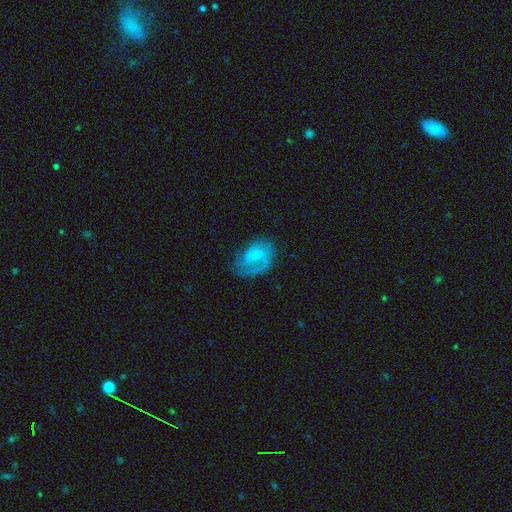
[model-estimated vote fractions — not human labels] Smooth or featured? featured or disk (62%)
Edge-on disk? no (97%)
Bar? weak (45%)
Spiral arms? yes (85%)
Spiral winding? medium (41%)
Spiral arm count? 1 (45%)
Bulge size? none (57%)
Merging? none (53%)